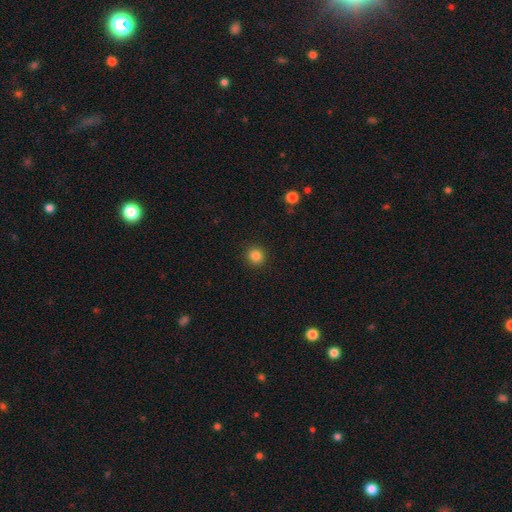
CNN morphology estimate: Smooth or featured? smooth (84%)
How rounded? round (93%)
Merging? none (92%)